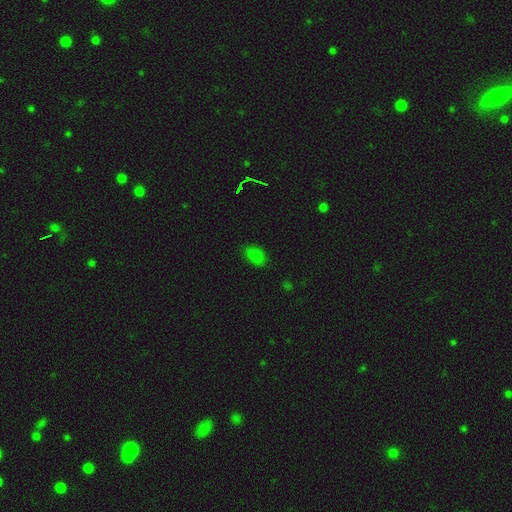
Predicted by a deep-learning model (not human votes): smooth_or_featured: smooth (p=0.78) [alt: star or artifact p=0.17]
how_rounded: in between (p=0.89) [alt: round p=0.09]
merging: none (p=0.79) [alt: minor disturbance p=0.16]